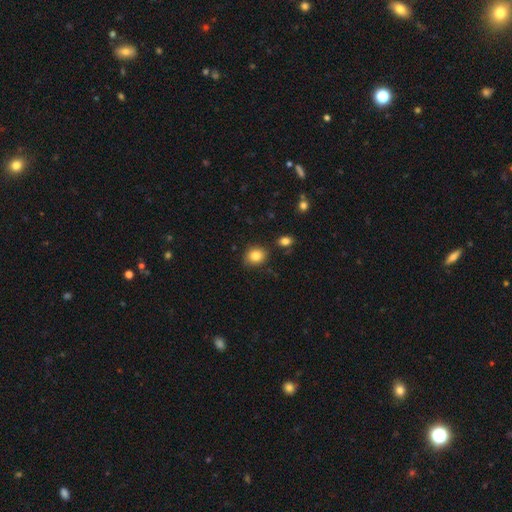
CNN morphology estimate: This appears to be a smooth galaxy with no disk features (84%) that is round (72%). Merging: none (83%).